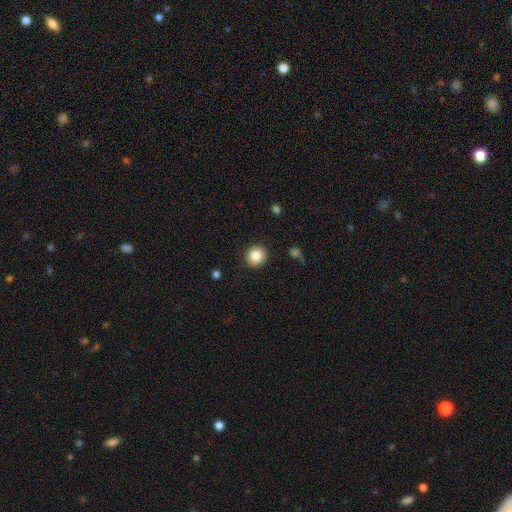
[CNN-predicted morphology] Smooth or featured? smooth (86%)
How rounded? round (89%)
Merging? none (90%)